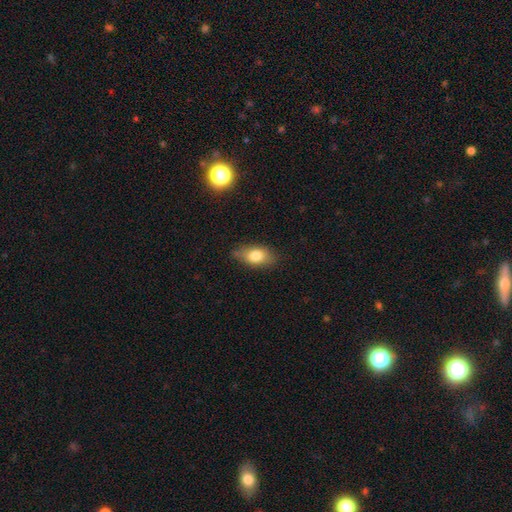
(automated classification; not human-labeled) A smooth galaxy with no disk features (78%) that is in between round and cigar-shaped (86%).

Vote fractions:
- Smooth or featured? smooth: 78% / featured or disk: 14% / star or artifact: 8%
- How rounded? in between: 86% / round: 9% / cigar-shaped: 5%
- Merging? none: 74% / minor disturbance: 20% / major disturbance: 4% / merger: 2%